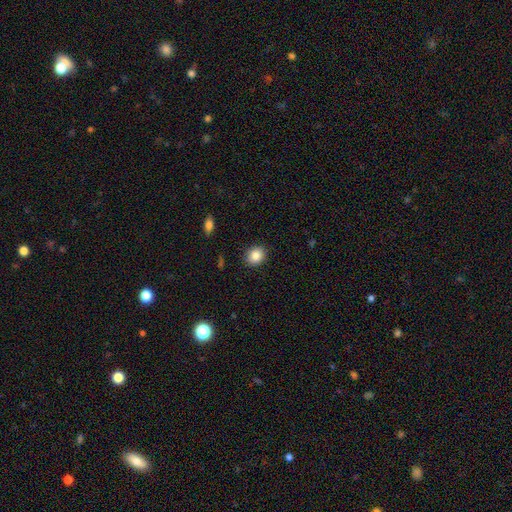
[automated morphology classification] smooth 86%, star or artifact 9%, featured or disk 5%. Down the decision tree: how rounded — round (60%); merging — none (90%).